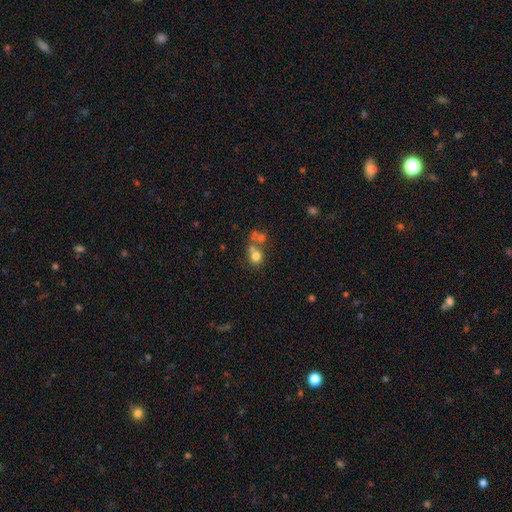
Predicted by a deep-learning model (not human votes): Smooth or featured: smooth — 71% (star or artifact — 15%)
How rounded: round — 76% (in between — 23%)
Merging: none — 43% (merger — 42%)